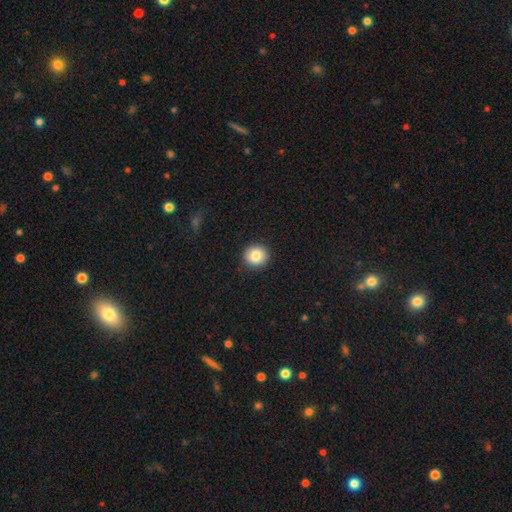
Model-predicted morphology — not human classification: This appears to be a smooth galaxy with no disk features (84%) that is round (92%). Merging: none (92%).